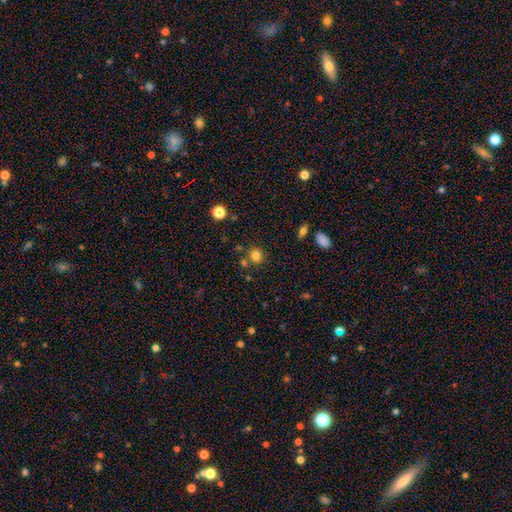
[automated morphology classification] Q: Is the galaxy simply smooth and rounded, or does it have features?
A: smooth — 80%.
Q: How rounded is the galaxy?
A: round — 89%.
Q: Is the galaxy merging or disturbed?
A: none — 74%.